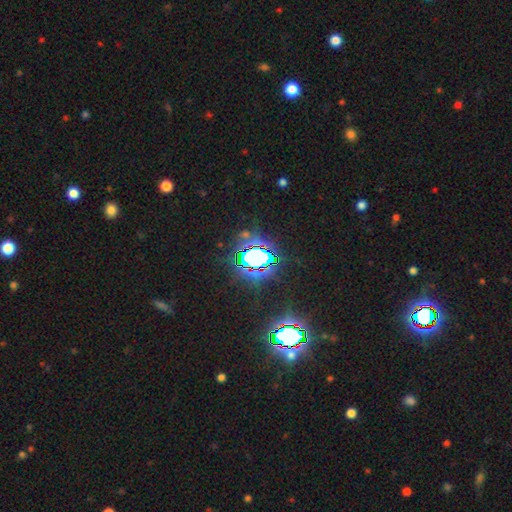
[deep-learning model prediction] Smooth or featured? Predicted: star or artifact (p=0.74).